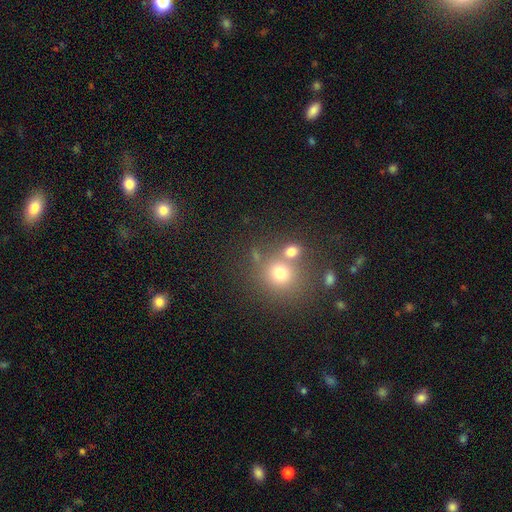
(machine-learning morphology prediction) smooth-or-featured: smooth: 68% | star or artifact: 21% | featured or disk: 11%
  how-rounded: round: 85% | in between: 14% | cigar-shaped: 1%
  merging: none: 64% | merger: 22% | minor disturbance: 10% | major disturbance: 4%